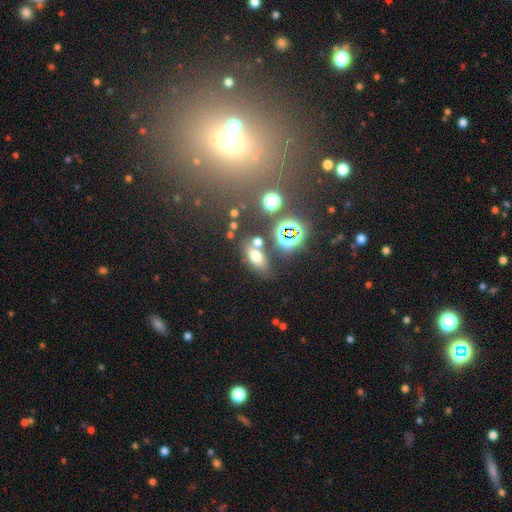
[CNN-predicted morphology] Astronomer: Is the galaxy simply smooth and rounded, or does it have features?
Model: smooth — 62%.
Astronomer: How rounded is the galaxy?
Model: in between — 76%.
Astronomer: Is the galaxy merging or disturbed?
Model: none — 63%.